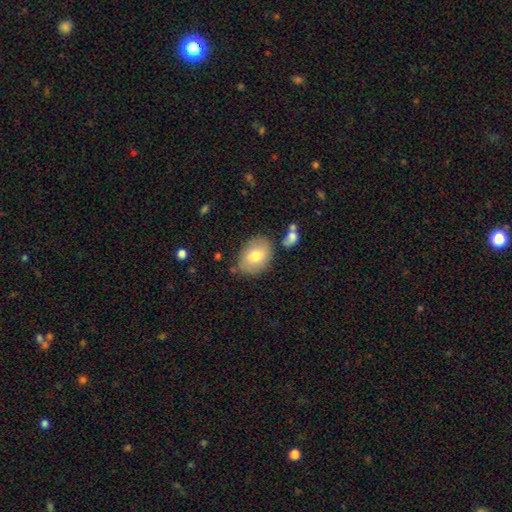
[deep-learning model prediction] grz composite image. It shows a smooth galaxy with no disk features (74%) that is in between round and cigar-shaped (68%). Merging: none (74%).